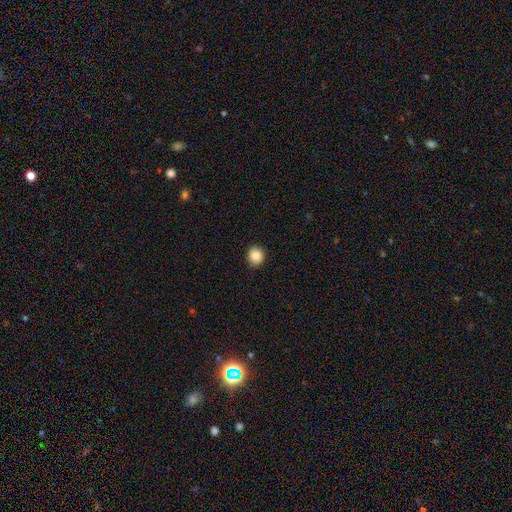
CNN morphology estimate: This appears to be a smooth galaxy with no disk features (88%) that is round (83%). Merging: none (88%).